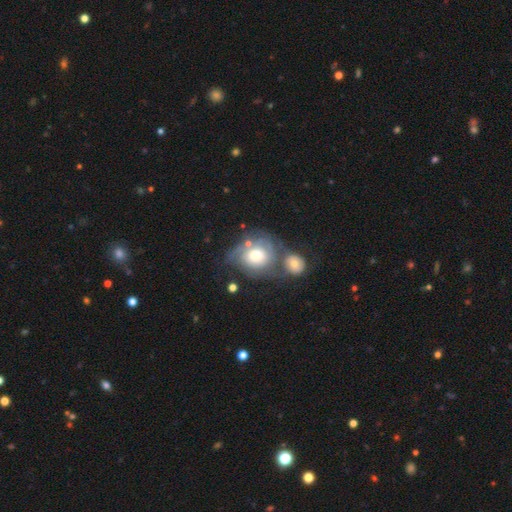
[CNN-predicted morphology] The model was most divided on "merging": none: 35%, merger: 33%, minor disturbance: 17%, major disturbance: 15%. More confident: edge-on disk — no (96%); bar — no (83%); spiral arms — yes (62%); bulge size — moderate (60%); smooth or featured — featured or disk (54%).